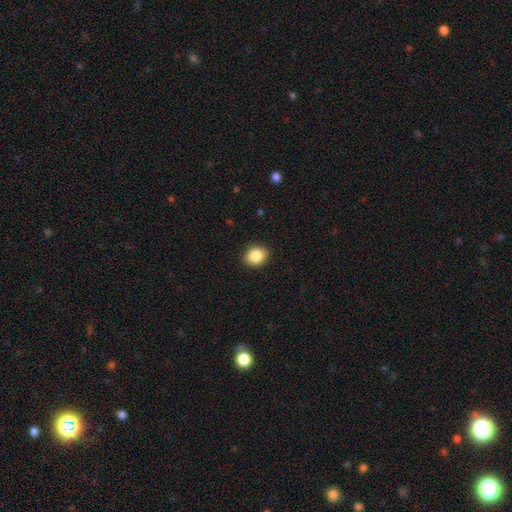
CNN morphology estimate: smooth_or_featured: smooth (p=0.87) [alt: star or artifact p=0.08]
how_rounded: in between (p=0.50) [alt: round p=0.49]
merging: none (p=0.90) [alt: minor disturbance p=0.08]